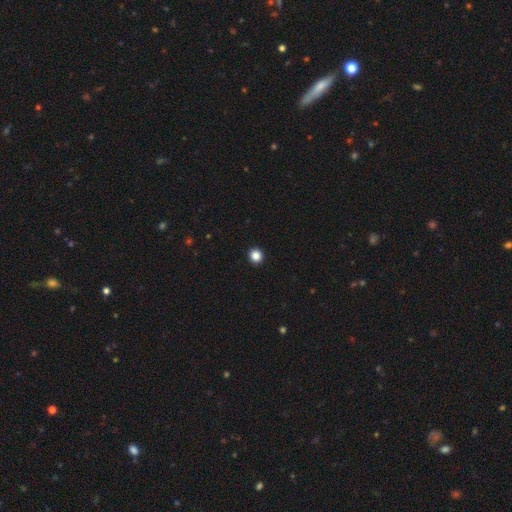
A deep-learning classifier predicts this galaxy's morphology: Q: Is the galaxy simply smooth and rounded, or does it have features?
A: smooth — 86%.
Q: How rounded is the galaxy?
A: round — 93%.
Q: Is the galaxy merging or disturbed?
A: none — 94%.